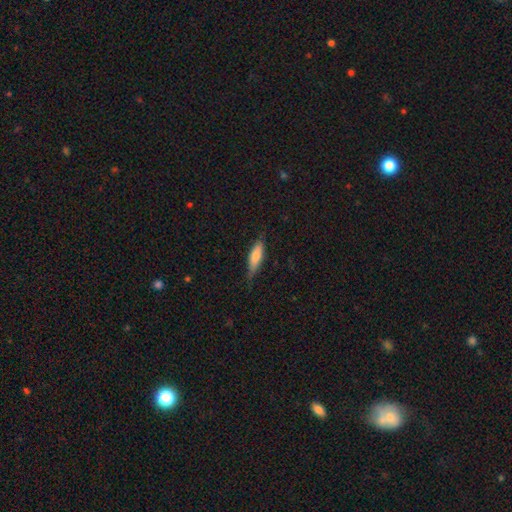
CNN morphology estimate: Smooth or featured: smooth — 75% (featured or disk — 20%)
How rounded: cigar-shaped — 54% (in between — 44%)
Merging: none — 70% (minor disturbance — 25%)